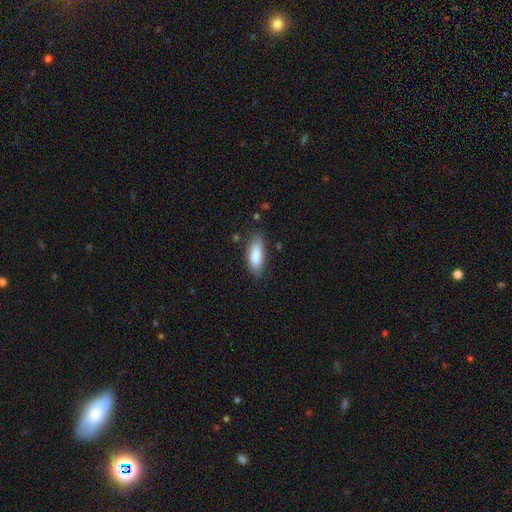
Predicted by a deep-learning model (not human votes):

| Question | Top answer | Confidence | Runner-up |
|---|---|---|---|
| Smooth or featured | smooth | 83% | featured or disk (10%) |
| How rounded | in between | 66% | cigar-shaped (32%) |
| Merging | none | 78% | minor disturbance (17%) |